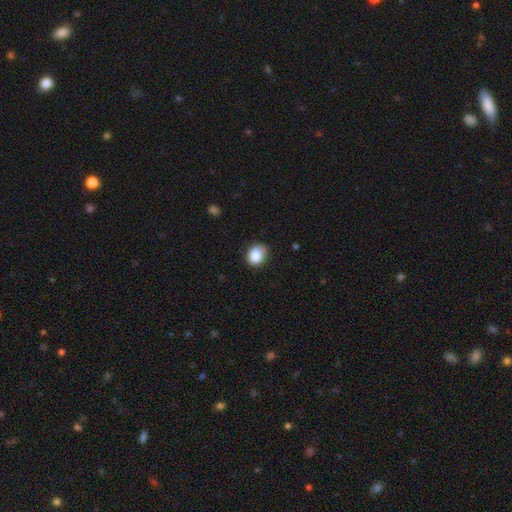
Morphology: type=smooth (87%); roundness=round (70%); merging=none (74%).